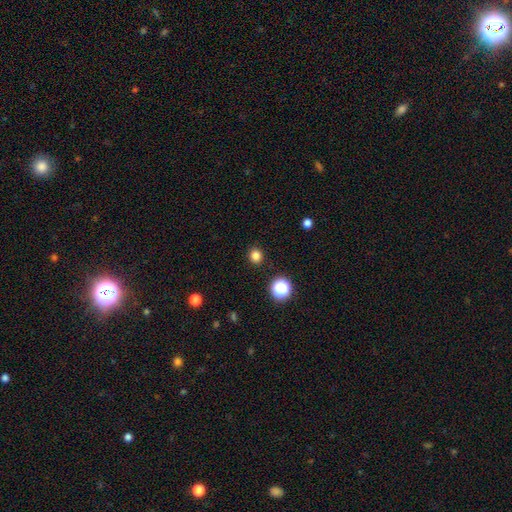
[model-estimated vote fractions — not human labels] Overall: smooth (82%). How rounded: round (84%). Merging: none (91%).